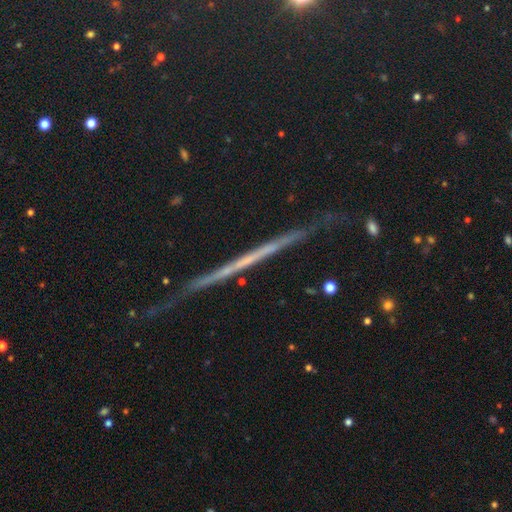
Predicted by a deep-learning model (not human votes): smooth-or-featured: featured or disk: 54% | star or artifact: 28% | smooth: 18%
  disk-edge-on: yes: 92% | no: 8%
  merging: none: 81% | minor disturbance: 12% | major disturbance: 4% | merger: 3%